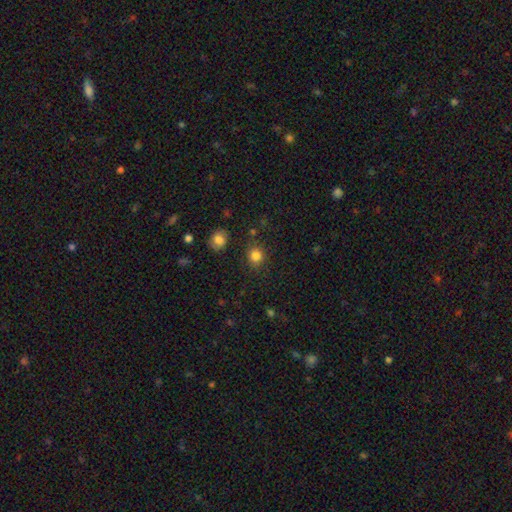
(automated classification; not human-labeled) This is clearly a smooth galaxy (83%). How rounded: clearly round (84%). Merging: clearly none (84%).